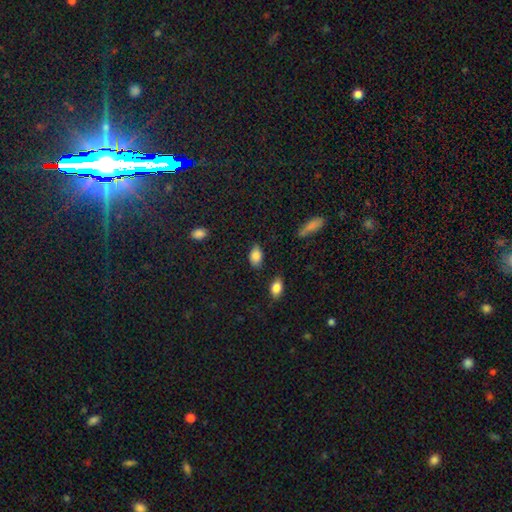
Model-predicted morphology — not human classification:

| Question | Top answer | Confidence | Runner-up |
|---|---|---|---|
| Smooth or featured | smooth | 85% | star or artifact (8%) |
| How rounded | in between | 91% | round (7%) |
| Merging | none | 81% | minor disturbance (14%) |